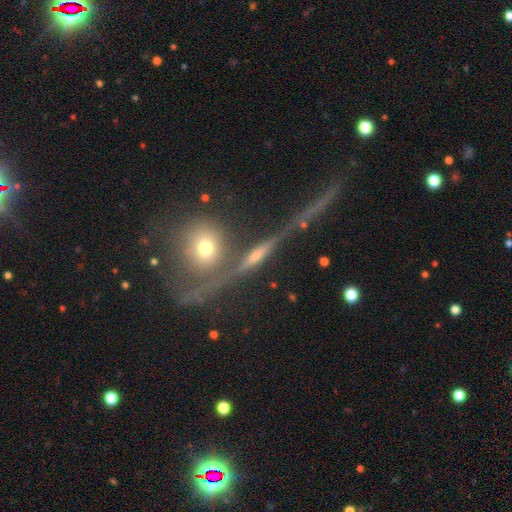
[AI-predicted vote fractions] Morphology: type=featured or disk (65%); edge-on=yes (84%); edge-on bulge=rounded (66%); merging=none (65%).